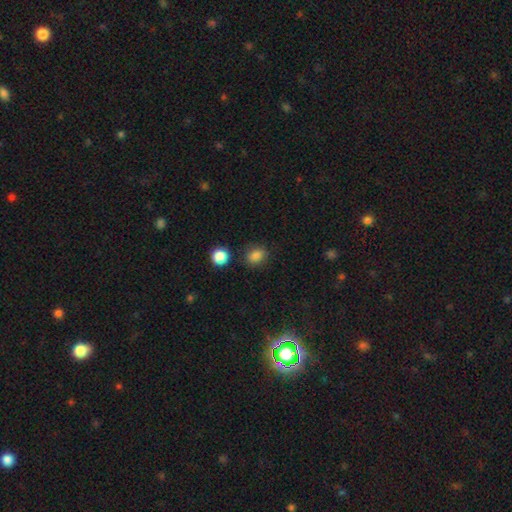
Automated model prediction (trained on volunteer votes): Smooth or featured? Predicted: smooth (p=0.83). How rounded? Predicted: in between (p=0.52). Merging? Predicted: none (p=0.82).